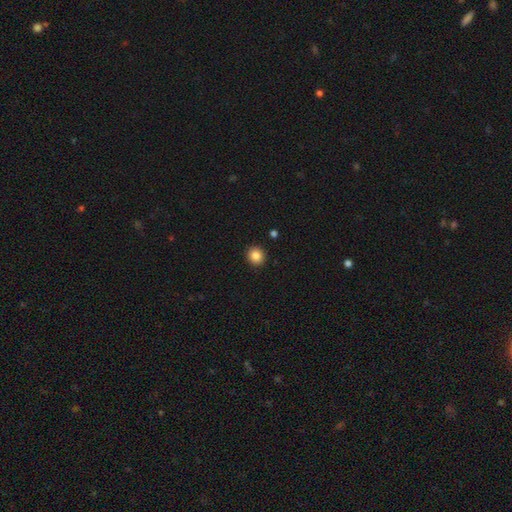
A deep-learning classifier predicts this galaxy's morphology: smooth 86%, star or artifact 10%, featured or disk 4%. Down the decision tree: how rounded — round (88%); merging — none (92%).